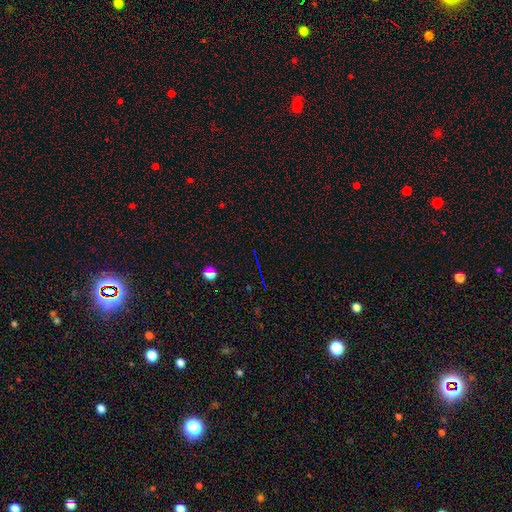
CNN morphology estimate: Smooth or featured? Predicted: star or artifact (p=0.73).